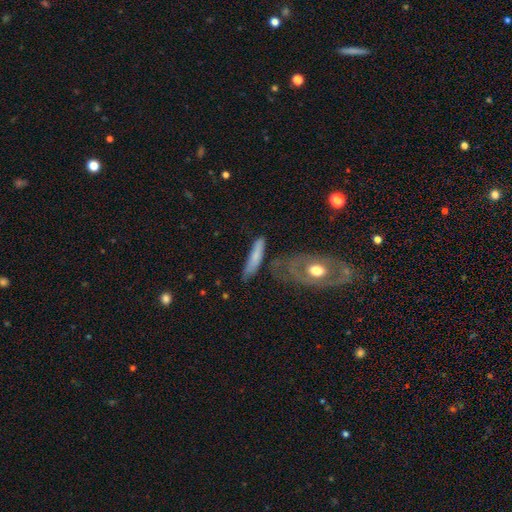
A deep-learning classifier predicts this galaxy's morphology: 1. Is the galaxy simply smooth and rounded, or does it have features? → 61% smooth, 31% featured or disk, 8% star or artifact.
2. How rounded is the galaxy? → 70% cigar-shaped, 26% in between, 3% round.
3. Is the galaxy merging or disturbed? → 58% none, 22% minor disturbance, 10% merger, 10% major disturbance.